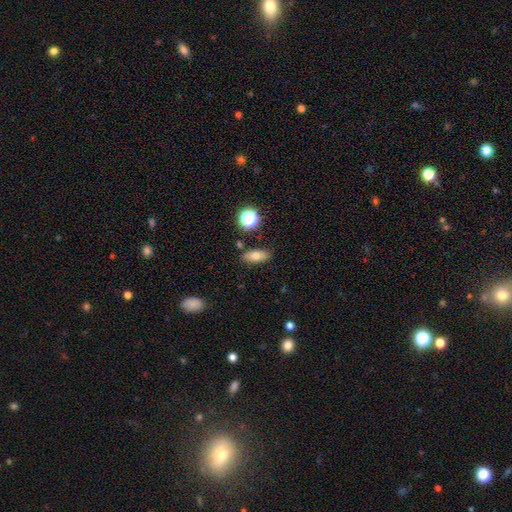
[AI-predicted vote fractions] Morphology: type=smooth (72%); roundness=in between (75%); merging=none (82%).